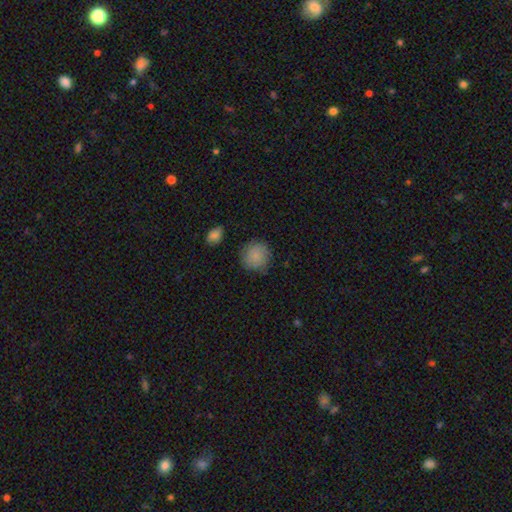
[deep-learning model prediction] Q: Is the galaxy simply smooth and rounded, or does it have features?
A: smooth — 85%.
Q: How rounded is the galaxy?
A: round — 91%.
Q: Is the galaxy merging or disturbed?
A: none — 81%.